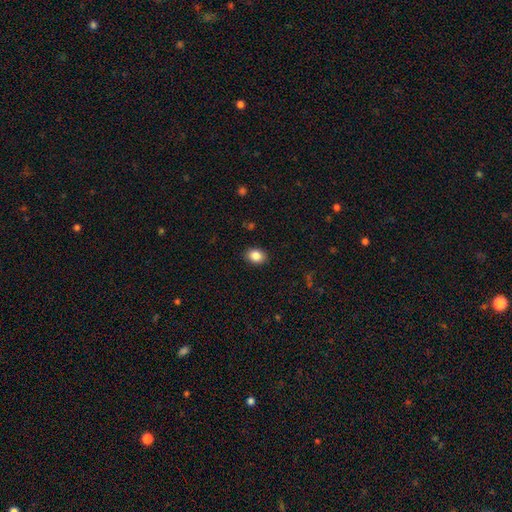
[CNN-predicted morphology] smooth-or-featured: smooth: 86% | star or artifact: 9% | featured or disk: 5%
  how-rounded: in between: 66% | round: 33% | cigar-shaped: 1%
  merging: none: 89% | minor disturbance: 8% | major disturbance: 2% | merger: 1%